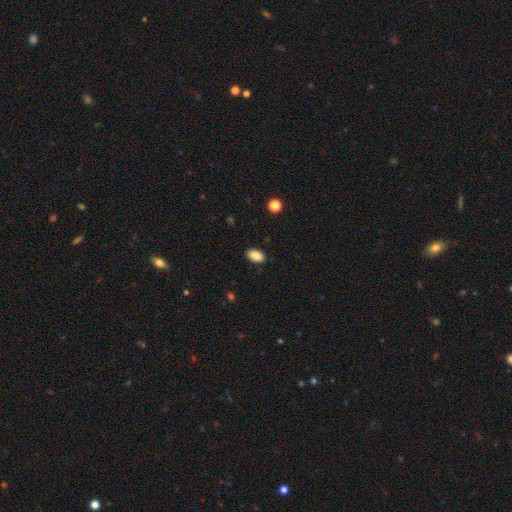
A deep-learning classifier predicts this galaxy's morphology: Overall: smooth (88%). How rounded: in between (92%). Merging: none (88%).